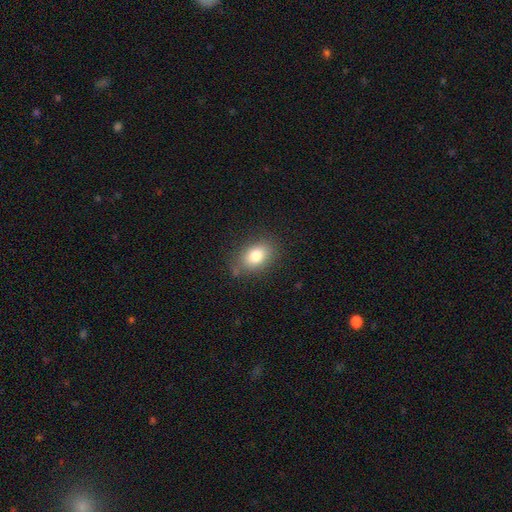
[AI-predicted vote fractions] A smooth galaxy with no disk features (81%) that is in between round and cigar-shaped (79%).

Vote fractions:
- Smooth or featured? smooth: 81% / featured or disk: 10% / star or artifact: 9%
- How rounded? in between: 79% / round: 19% / cigar-shaped: 1%
- Merging? none: 79% / minor disturbance: 15% / major disturbance: 4% / merger: 2%